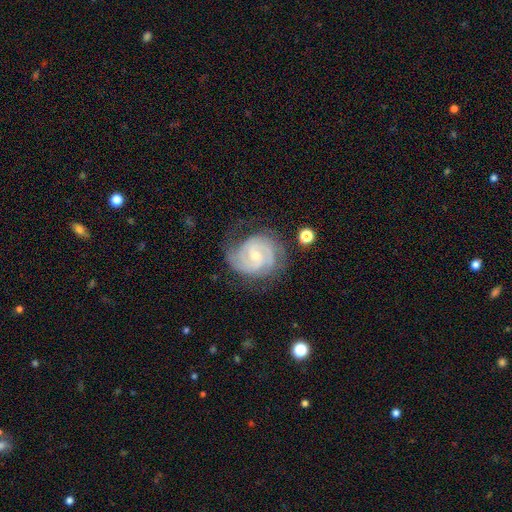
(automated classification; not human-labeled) featured or disk 90%, smooth 6%, star or artifact 5%. Down the decision tree: edge-on disk — no (98%); bar — no (50%); spiral arms — yes (98%); spiral arm count — 2 (51%); spiral winding — tight (69%); bulge size — small (67%); merging — none (68%).